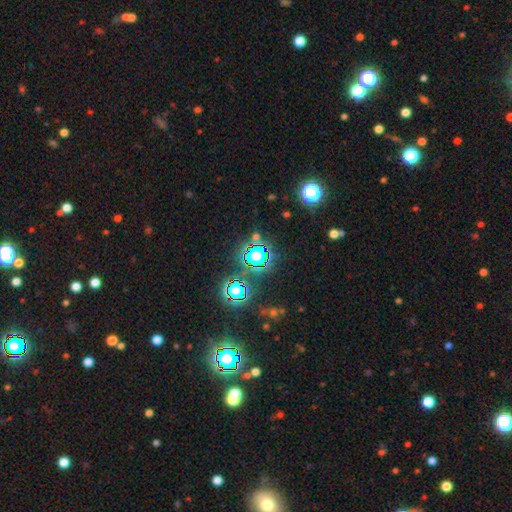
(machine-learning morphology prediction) This appears to be a star or artifact, not a galaxy (68%).